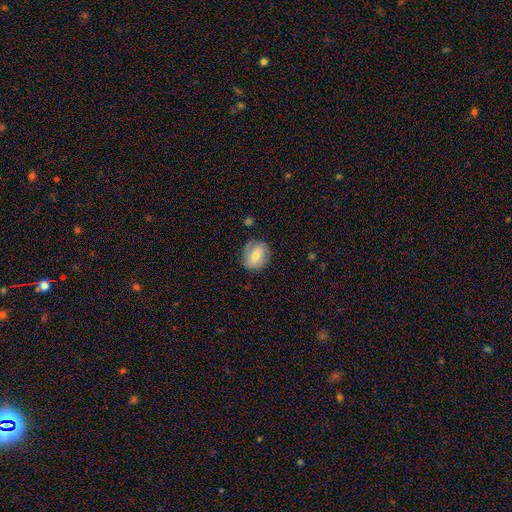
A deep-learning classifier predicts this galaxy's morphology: Smooth or featured? Predicted: smooth (p=0.67). How rounded? Predicted: round (p=0.67). Merging? Predicted: none (p=0.80).